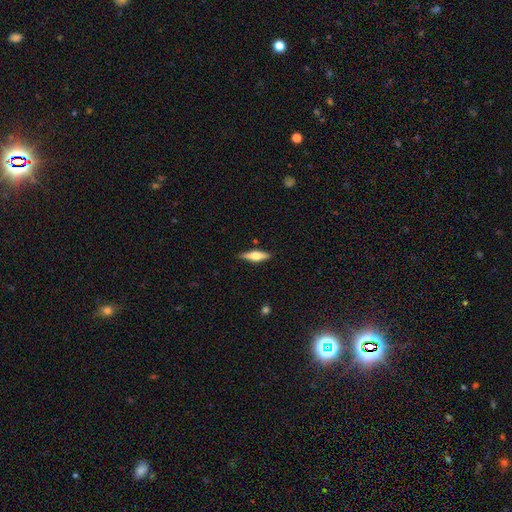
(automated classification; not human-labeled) Smooth or featured? Predicted: featured or disk (p=0.50). Edge-on disk? Predicted: yes (p=0.94). Merging? Predicted: none (p=0.88).